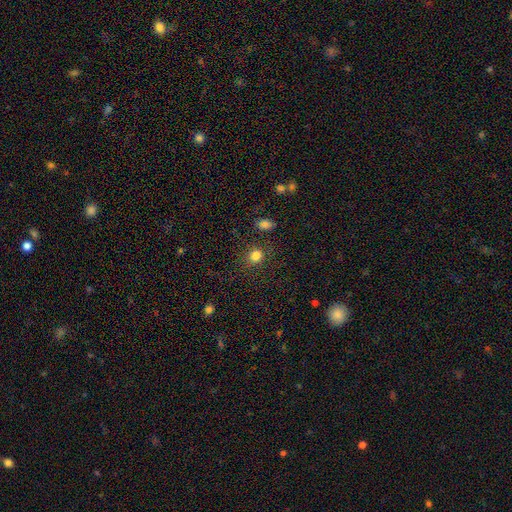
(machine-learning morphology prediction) Smooth or featured? Predicted: smooth (p=0.82). How rounded? Predicted: round (p=0.65). Merging? Predicted: none (p=0.80).